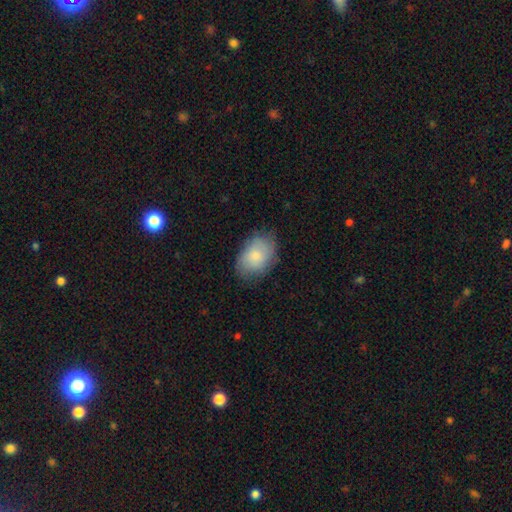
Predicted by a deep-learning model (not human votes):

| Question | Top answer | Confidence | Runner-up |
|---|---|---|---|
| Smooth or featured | smooth | 77% | featured or disk (17%) |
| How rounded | in between | 83% | round (16%) |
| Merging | none | 73% | minor disturbance (20%) |